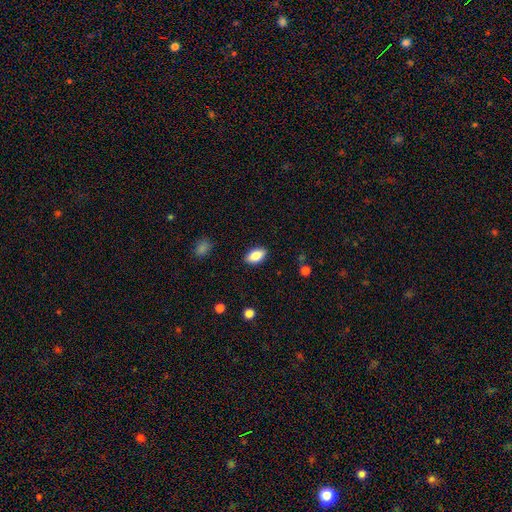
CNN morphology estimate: smooth_or_featured: smooth (p=0.84) [alt: featured or disk p=0.09]
how_rounded: in between (p=0.92) [alt: round p=0.05]
merging: none (p=0.88) [alt: minor disturbance p=0.09]